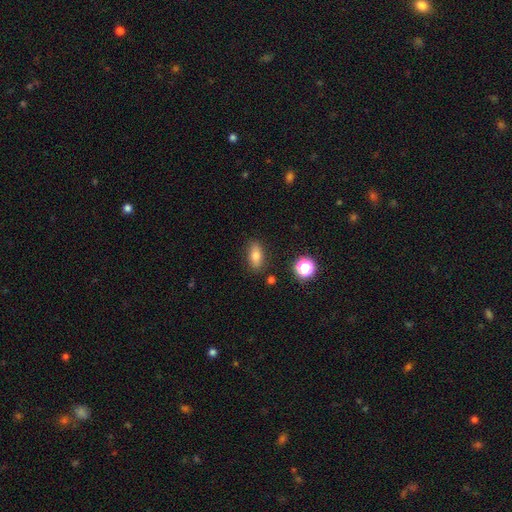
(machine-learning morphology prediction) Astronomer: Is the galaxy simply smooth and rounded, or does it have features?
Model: smooth — 77%.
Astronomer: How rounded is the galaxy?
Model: in between — 81%.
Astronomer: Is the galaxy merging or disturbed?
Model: none — 85%.